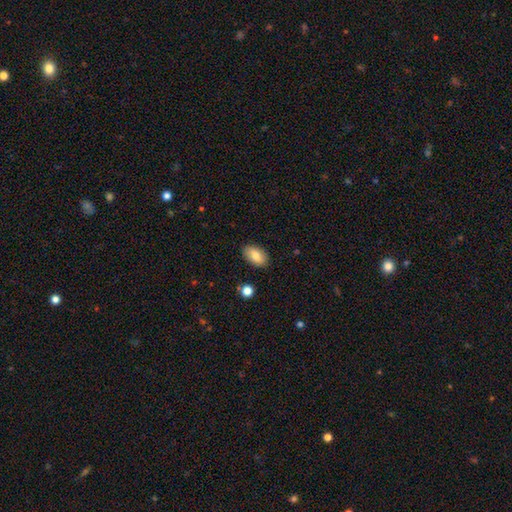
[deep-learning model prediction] smooth-or-featured: smooth: 79% | featured or disk: 14% | star or artifact: 7%
  how-rounded: in between: 92% | round: 6% | cigar-shaped: 2%
  merging: none: 86% | minor disturbance: 10% | major disturbance: 2% | merger: 2%